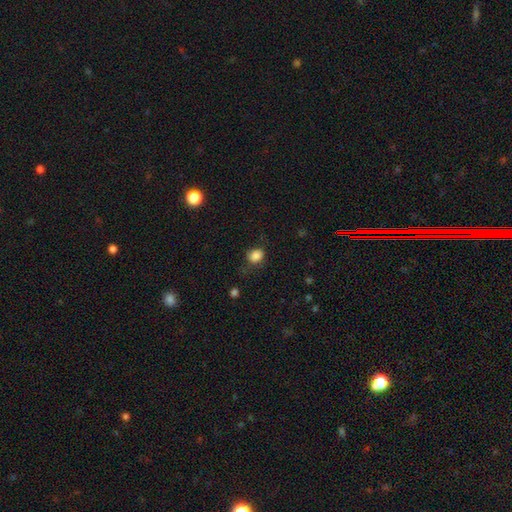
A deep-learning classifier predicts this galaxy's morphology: This is clearly a smooth galaxy (85%). How rounded: possibly round (51%). Merging: likely none (70%).